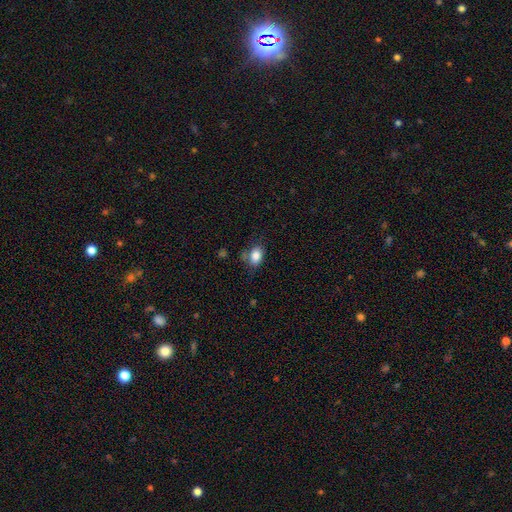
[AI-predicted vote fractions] Smooth or featured? smooth (84%)
How rounded? in between (79%)
Merging? none (66%)